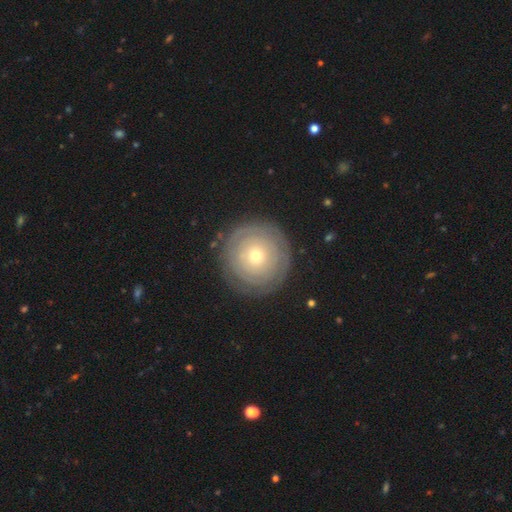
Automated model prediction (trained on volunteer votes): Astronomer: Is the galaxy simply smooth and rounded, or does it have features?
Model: featured or disk — 57% (runner-up: smooth, 36%).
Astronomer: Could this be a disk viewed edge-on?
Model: no — 96%.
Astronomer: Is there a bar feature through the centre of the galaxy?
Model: no — 90%.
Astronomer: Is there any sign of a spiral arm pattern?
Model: yes — 55% (runner-up: no, 45%).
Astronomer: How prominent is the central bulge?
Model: small — 68%.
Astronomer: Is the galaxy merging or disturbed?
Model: none — 84%.